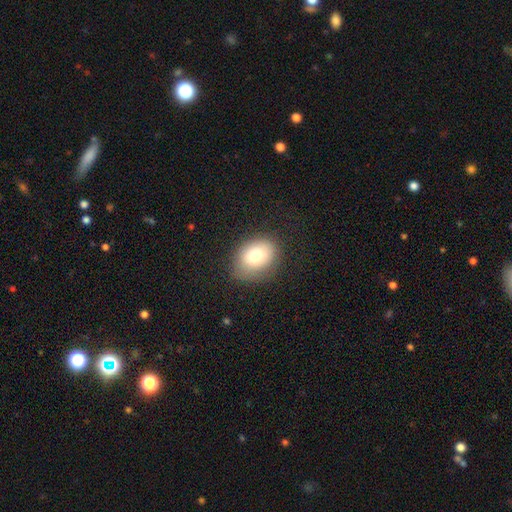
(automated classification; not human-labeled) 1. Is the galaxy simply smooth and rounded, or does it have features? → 80% smooth, 11% featured or disk, 9% star or artifact.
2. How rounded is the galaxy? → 71% in between, 28% round, 1% cigar-shaped.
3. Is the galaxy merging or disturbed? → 78% none, 16% minor disturbance, 5% major disturbance, 1% merger.